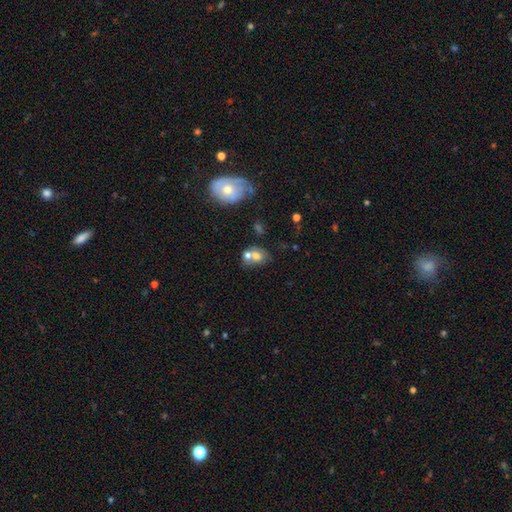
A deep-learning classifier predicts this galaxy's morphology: smooth_or_featured: smooth (p=0.67) [alt: featured or disk p=0.22]
how_rounded: in between (p=0.56) [alt: round p=0.42]
merging: merger (p=0.57) [alt: none p=0.27]